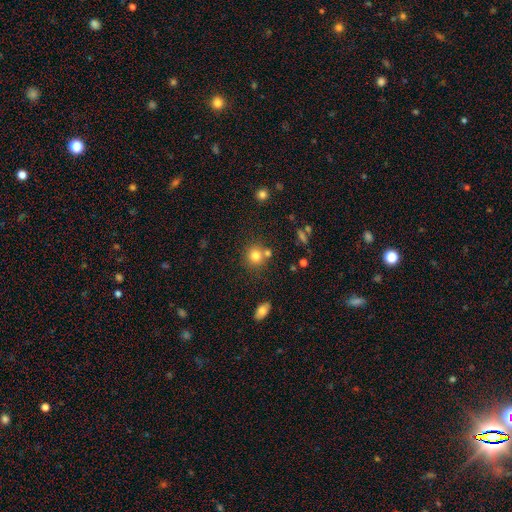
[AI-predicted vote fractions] A smooth galaxy with no disk features (79%) that is round (89%).

Vote fractions:
- Smooth or featured? smooth: 79% / star or artifact: 13% / featured or disk: 9%
- How rounded? round: 89% / in between: 10% / cigar-shaped: 1%
- Merging? none: 69% / merger: 19% / minor disturbance: 9% / major disturbance: 3%